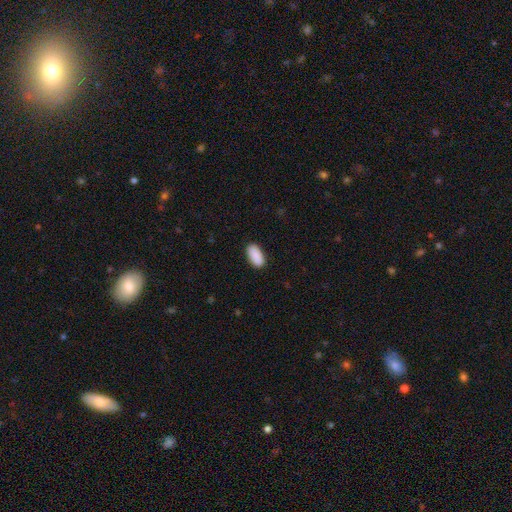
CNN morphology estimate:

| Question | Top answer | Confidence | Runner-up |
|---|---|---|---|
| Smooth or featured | smooth | 91% | star or artifact (6%) |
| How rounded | in between | 94% | cigar-shaped (4%) |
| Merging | none | 89% | minor disturbance (8%) |